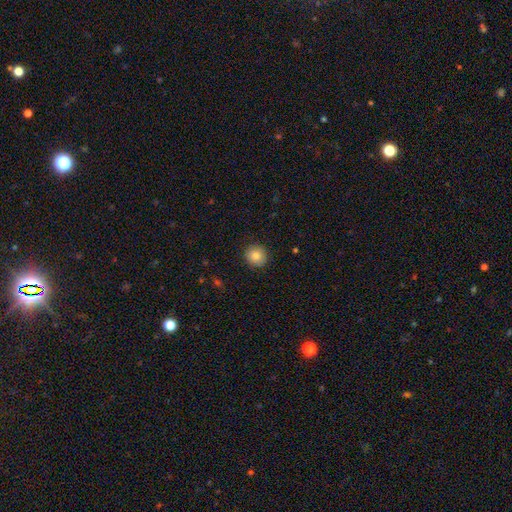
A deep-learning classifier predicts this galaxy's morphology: type=smooth (84%); roundness=round (92%); merging=none (91%).